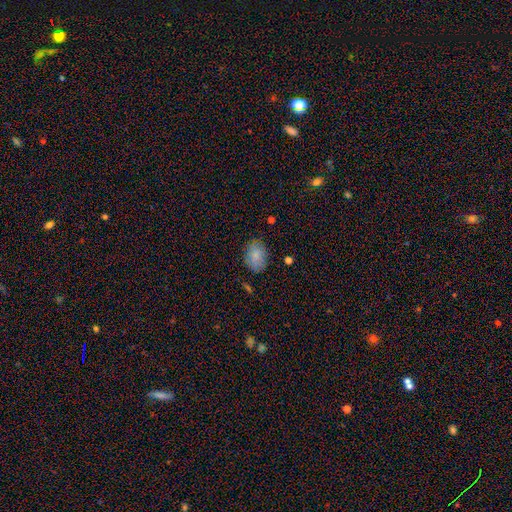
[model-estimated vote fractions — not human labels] The model was most divided on "how rounded": in between: 79%, round: 20%, cigar-shaped: 1%. More confident: smooth or featured — smooth (84%); merging — none (80%).